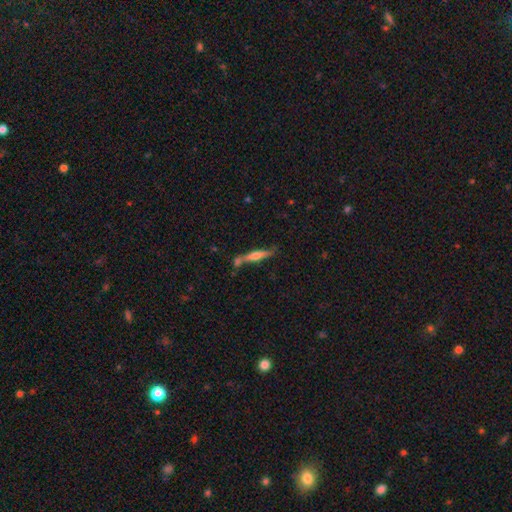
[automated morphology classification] Smooth or featured?
  - featured or disk: 55% *
  - smooth: 39%
  - star or artifact: 7%
Edge-on disk?
  - yes: 94% *
  - no: 6%
Edge-on bulge?
  - rounded: 75% *
  - boxy: 13%
  - none: 12%
Merging?
  - none: 62% *
  - merger: 19%
  - minor disturbance: 15%
  - major disturbance: 4%